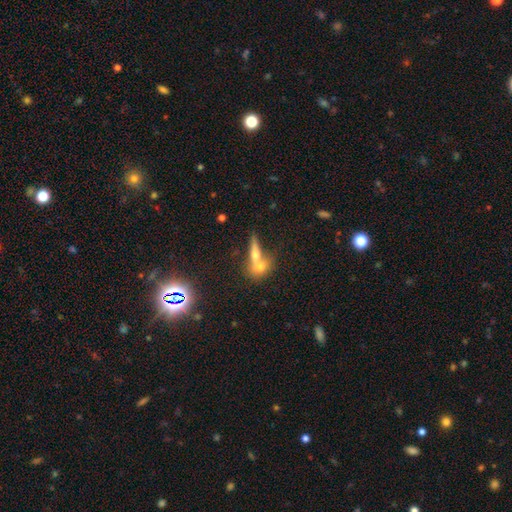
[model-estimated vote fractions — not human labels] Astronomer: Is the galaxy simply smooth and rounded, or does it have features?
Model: smooth — 48% (runner-up: featured or disk, 34%).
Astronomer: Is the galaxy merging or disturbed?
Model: merger — 57%.